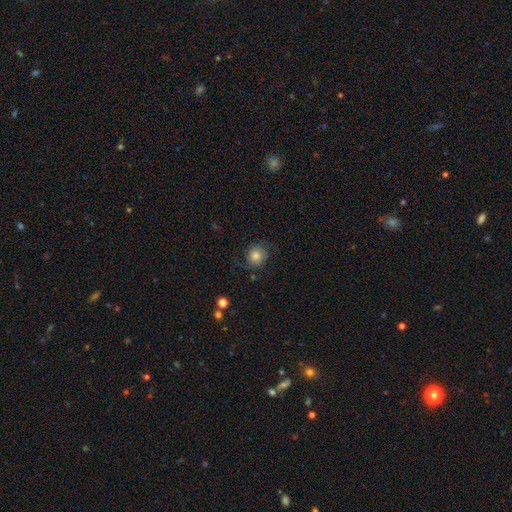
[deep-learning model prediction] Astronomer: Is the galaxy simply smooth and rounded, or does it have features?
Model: smooth — 73%.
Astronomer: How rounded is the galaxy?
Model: round — 85%.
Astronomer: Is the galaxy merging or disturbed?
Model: none — 73%.